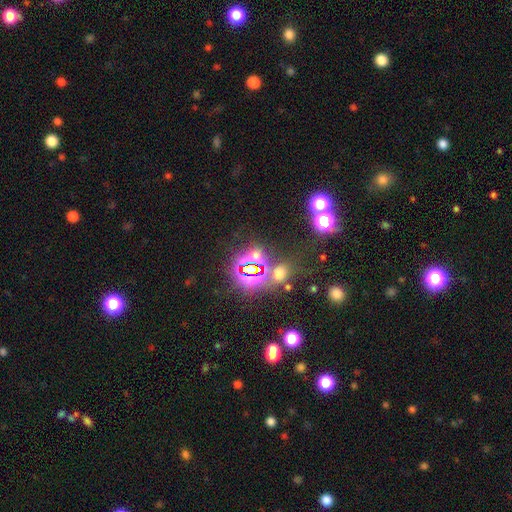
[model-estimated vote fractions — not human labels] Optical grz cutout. It shows a star or artifact, not a galaxy (68%).